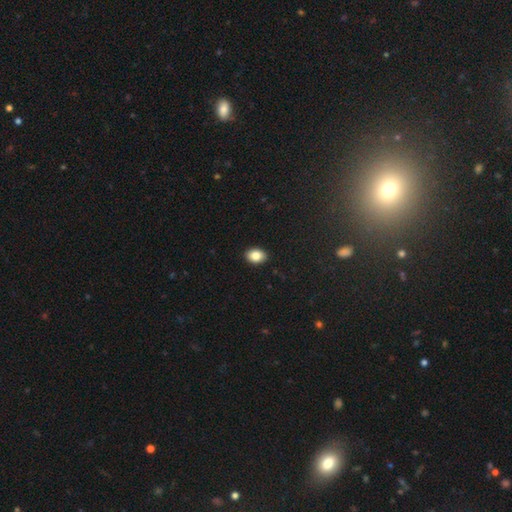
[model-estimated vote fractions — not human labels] Smooth or featured?
  - smooth: 86% *
  - star or artifact: 8%
  - featured or disk: 6%
How rounded?
  - in between: 77% *
  - round: 22%
  - cigar-shaped: 1%
Merging?
  - none: 91% *
  - minor disturbance: 7%
  - major disturbance: 2%
  - merger: 1%